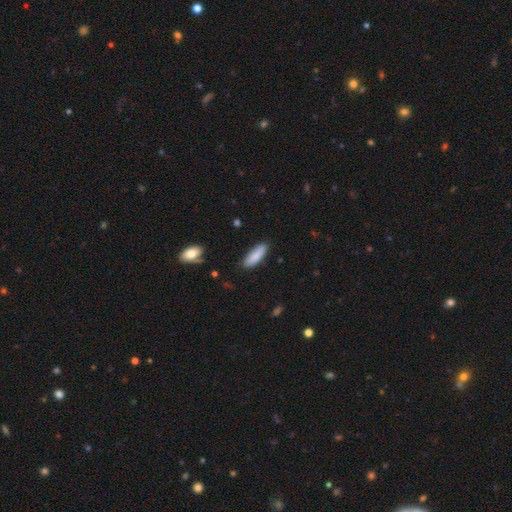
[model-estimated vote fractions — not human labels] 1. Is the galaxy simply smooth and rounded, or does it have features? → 87% smooth, 7% featured or disk, 6% star or artifact.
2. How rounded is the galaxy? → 56% in between, 42% cigar-shaped, 1% round.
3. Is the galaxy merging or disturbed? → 86% none, 10% minor disturbance, 2% major disturbance, 2% merger.